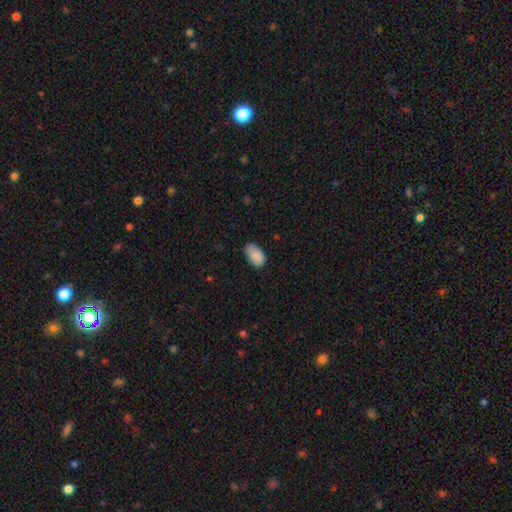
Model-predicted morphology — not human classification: A smooth galaxy with no disk features (89%) that is in between round and cigar-shaped (94%).

Vote fractions:
- Smooth or featured? smooth: 89% / star or artifact: 7% / featured or disk: 4%
- How rounded? in between: 94% / round: 5% / cigar-shaped: 1%
- Merging? none: 74% / minor disturbance: 21% / major disturbance: 3% / merger: 1%